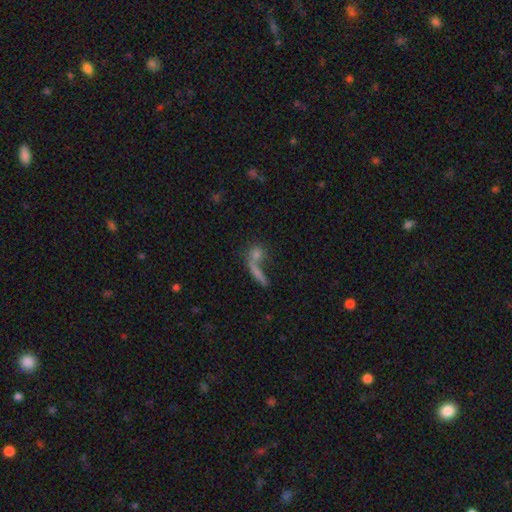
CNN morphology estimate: The model was most divided on "merging": none: 44%, merger: 38%, major disturbance: 9%, minor disturbance: 9%. Remaining: smooth or featured — smooth (60%); how rounded — round (41%).